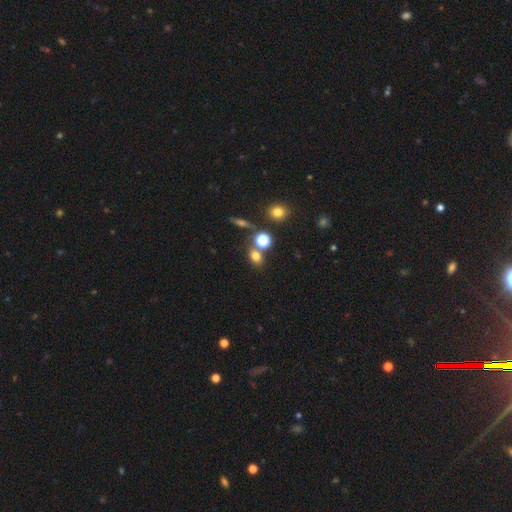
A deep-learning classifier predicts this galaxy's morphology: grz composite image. It shows a smooth galaxy with no disk features (72%) that is in between round and cigar-shaped (54%). Merging: none (64%).